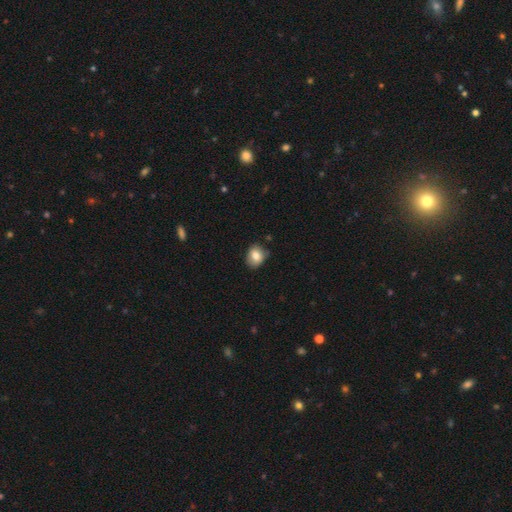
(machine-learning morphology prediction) smooth_or_featured: smooth (p=0.78) [alt: featured or disk p=0.13]
how_rounded: round (p=0.55) [alt: in between p=0.44]
merging: none (p=0.74) [alt: minor disturbance p=0.21]